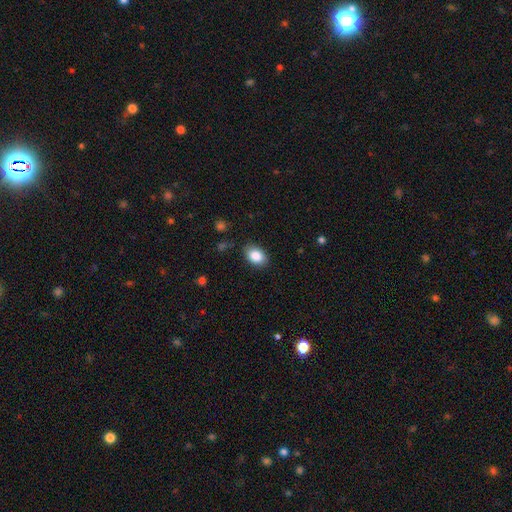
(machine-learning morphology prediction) Smooth or featured? Predicted: smooth (p=0.87). How rounded? Predicted: in between (p=0.82). Merging? Predicted: none (p=0.84).